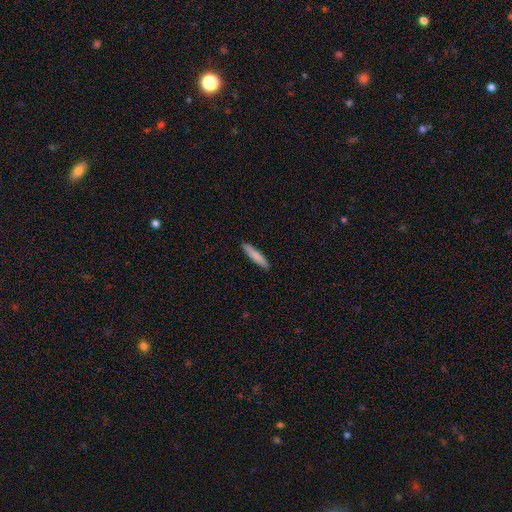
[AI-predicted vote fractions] Smooth or featured? smooth (82%)
How rounded? cigar-shaped (90%)
Merging? none (91%)